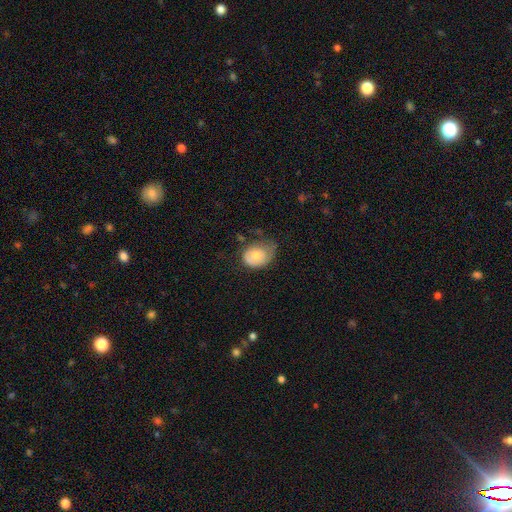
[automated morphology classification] A smooth galaxy with no disk features (63%) that is in between round and cigar-shaped (53%).

Vote fractions:
- Smooth or featured? smooth: 63% / featured or disk: 30% / star or artifact: 7%
- How rounded? in between: 53% / round: 46% / cigar-shaped: 1%
- Merging? minor disturbance: 38% / none: 34% / major disturbance: 26% / merger: 3%